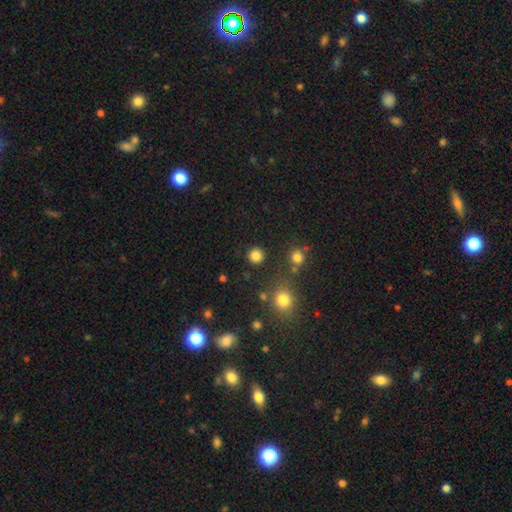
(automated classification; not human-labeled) smooth_or_featured: smooth (p=0.83) [alt: star or artifact p=0.13]
how_rounded: round (p=0.93) [alt: in between p=0.06]
merging: none (p=0.89) [alt: minor disturbance p=0.06]